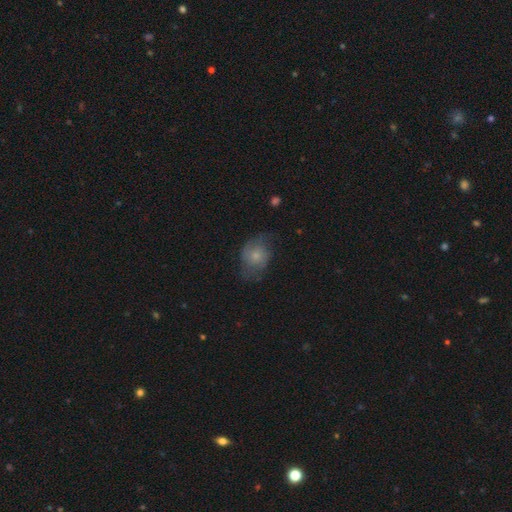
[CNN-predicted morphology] A smooth galaxy with no disk features (58%) that is in between round and cigar-shaped (56%).

Vote fractions:
- Smooth or featured? smooth: 58% / featured or disk: 34% / star or artifact: 8%
- How rounded? in between: 56% / round: 42% / cigar-shaped: 1%
- Merging? none: 52% / minor disturbance: 30% / major disturbance: 16% / merger: 1%